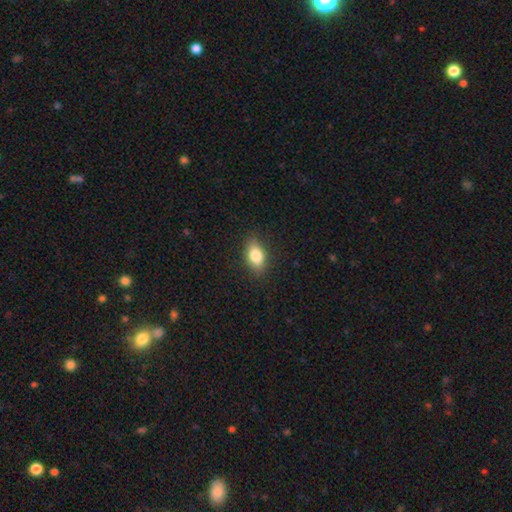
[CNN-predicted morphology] Smooth or featured?
  - smooth: 80% *
  - featured or disk: 11%
  - star or artifact: 8%
How rounded?
  - in between: 84% *
  - round: 10%
  - cigar-shaped: 6%
Merging?
  - none: 85% *
  - minor disturbance: 11%
  - major disturbance: 3%
  - merger: 1%